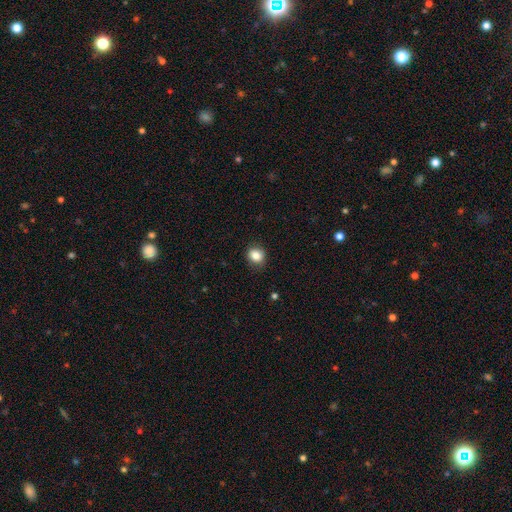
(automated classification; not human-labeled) smooth_or_featured: smooth (p=0.84) [alt: star or artifact p=0.10]
how_rounded: round (p=0.71) [alt: in between p=0.28]
merging: none (p=0.84) [alt: minor disturbance p=0.12]